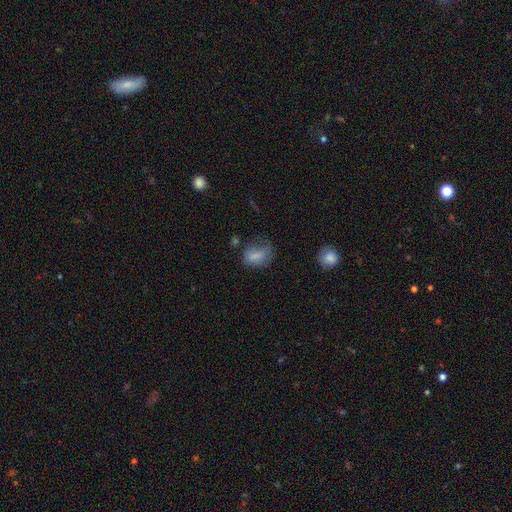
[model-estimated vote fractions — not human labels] Smooth or featured?
  - smooth: 73% *
  - featured or disk: 16%
  - star or artifact: 11%
How rounded?
  - in between: 73% *
  - round: 23%
  - cigar-shaped: 4%
Merging?
  - none: 43% *
  - minor disturbance: 30%
  - major disturbance: 23%
  - merger: 3%